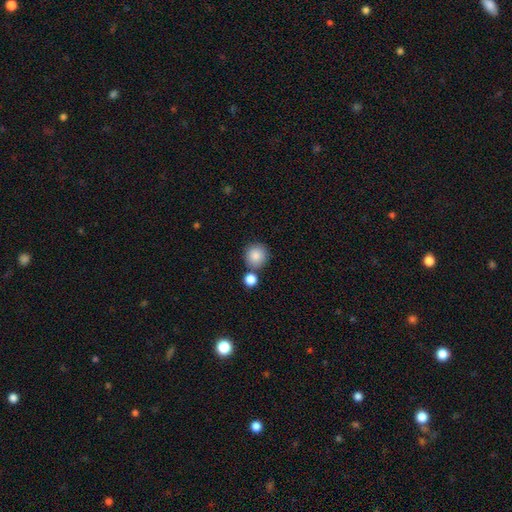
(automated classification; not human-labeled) Overall: smooth (86%). How rounded: round (92%). Merging: none (73%).